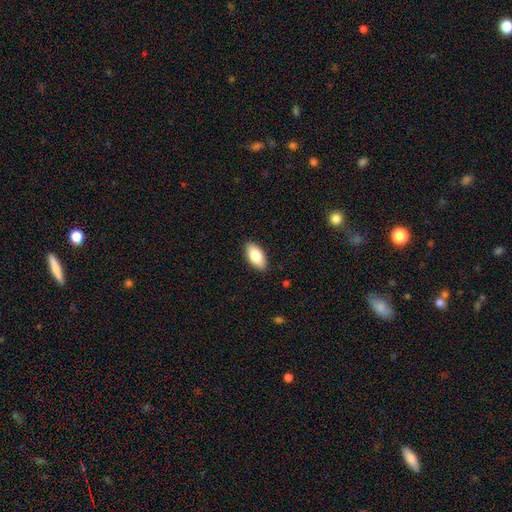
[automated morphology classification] Q: Smooth or featured?
A: smooth (83%); runner-up: featured or disk (11%)
Q: How rounded?
A: in between (90%); runner-up: cigar-shaped (7%)
Q: Merging?
A: none (88%); runner-up: minor disturbance (9%)